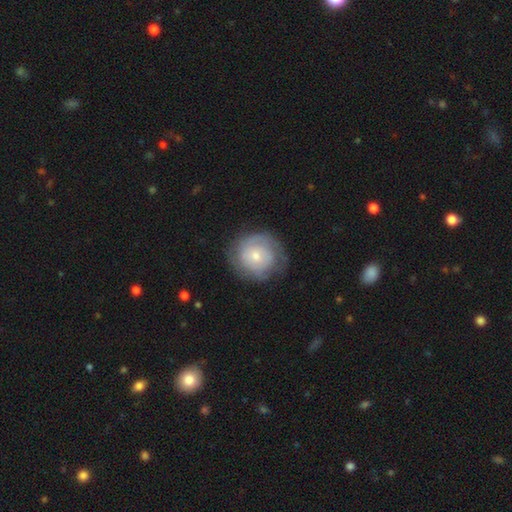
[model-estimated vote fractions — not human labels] Smooth or featured? Predicted: featured or disk (p=0.47). Merging? Predicted: none (p=0.71).